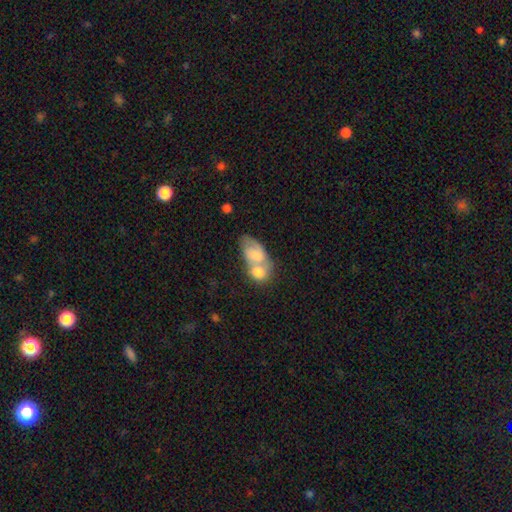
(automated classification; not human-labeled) A smooth galaxy with no disk features (66%) that is in between round and cigar-shaped (82%).

Vote fractions:
- Smooth or featured? smooth: 66% / featured or disk: 27% / star or artifact: 7%
- How rounded? in between: 82% / round: 15% / cigar-shaped: 3%
- Merging? merger: 69% / none: 16% / minor disturbance: 9% / major disturbance: 6%